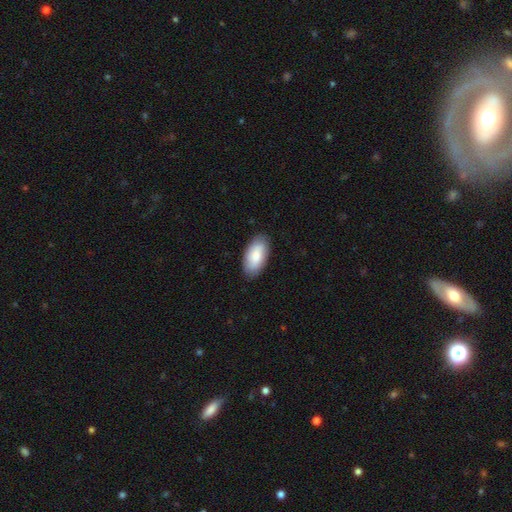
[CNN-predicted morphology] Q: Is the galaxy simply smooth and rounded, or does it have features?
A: smooth — 82%.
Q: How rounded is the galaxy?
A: in between — 93%.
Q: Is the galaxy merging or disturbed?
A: none — 86%.